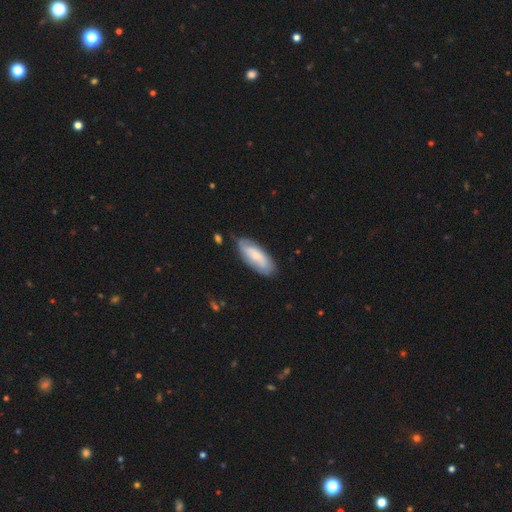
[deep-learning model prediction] smooth 54%, featured or disk 40%, star or artifact 6%. Down the decision tree: how rounded — in between (75%); merging — none (75%).